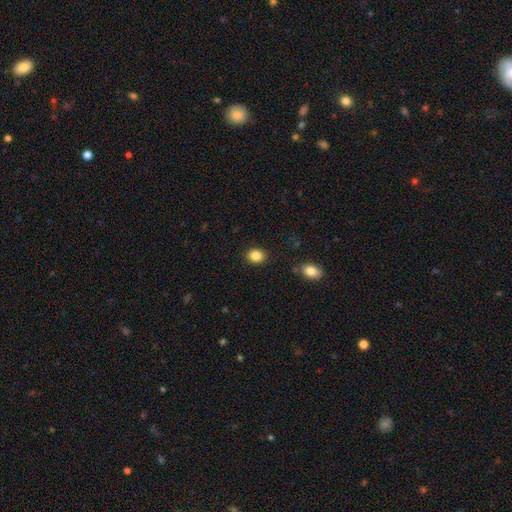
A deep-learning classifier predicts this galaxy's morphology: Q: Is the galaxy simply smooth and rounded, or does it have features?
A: smooth — 85%.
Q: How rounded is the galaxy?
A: round — 59%.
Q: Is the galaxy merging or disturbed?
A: none — 89%.